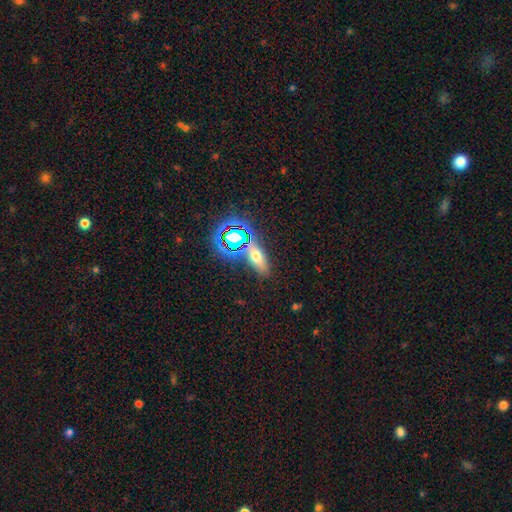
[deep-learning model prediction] The model was most divided on "smooth or featured": smooth: 51%, star or artifact: 33%, featured or disk: 16%. More confident: merging — none (77%); how rounded — in between (63%).